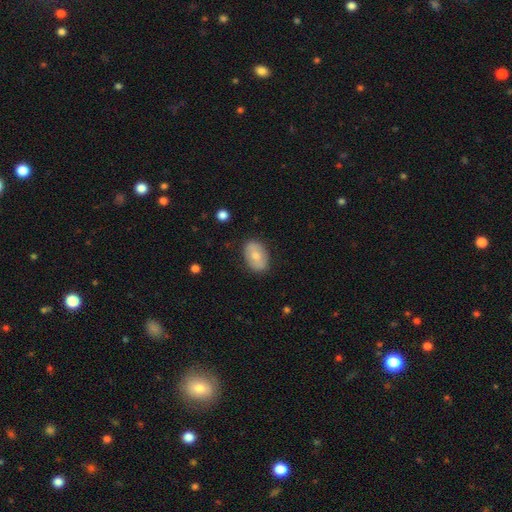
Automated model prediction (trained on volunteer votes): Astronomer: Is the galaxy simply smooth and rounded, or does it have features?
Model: smooth — 69%.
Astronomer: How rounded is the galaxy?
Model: in between — 84%.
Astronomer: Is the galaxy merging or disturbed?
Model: none — 83%.